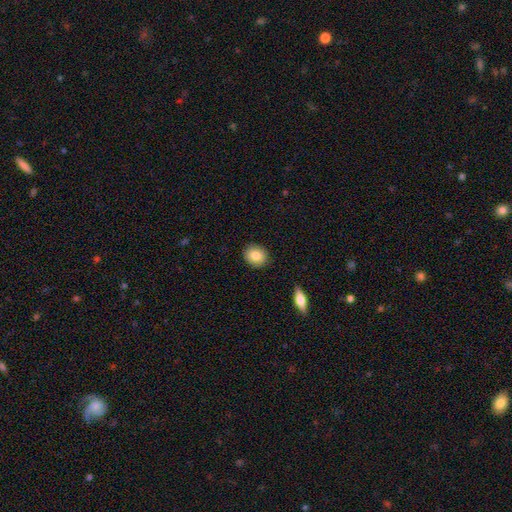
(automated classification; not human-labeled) This is clearly a smooth galaxy (82%). How rounded: likely round (77%). Merging: clearly none (90%).